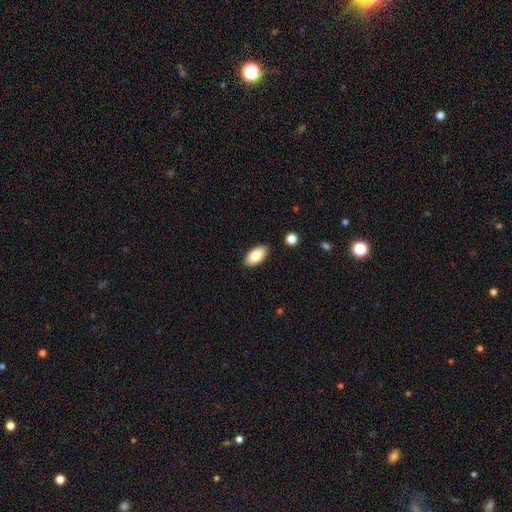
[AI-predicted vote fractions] Smooth or featured? Predicted: smooth (p=0.82). How rounded? Predicted: in between (p=0.93). Merging? Predicted: none (p=0.89).